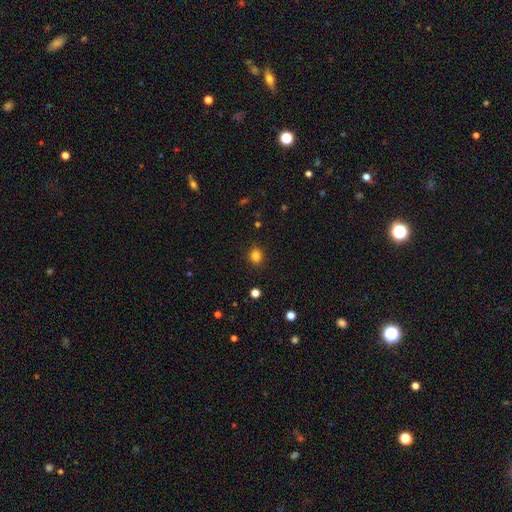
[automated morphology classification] smooth-or-featured: smooth: 83% | star or artifact: 12% | featured or disk: 4%
  how-rounded: round: 69% | in between: 30% | cigar-shaped: 1%
  merging: none: 90% | minor disturbance: 7% | major disturbance: 2% | merger: 1%